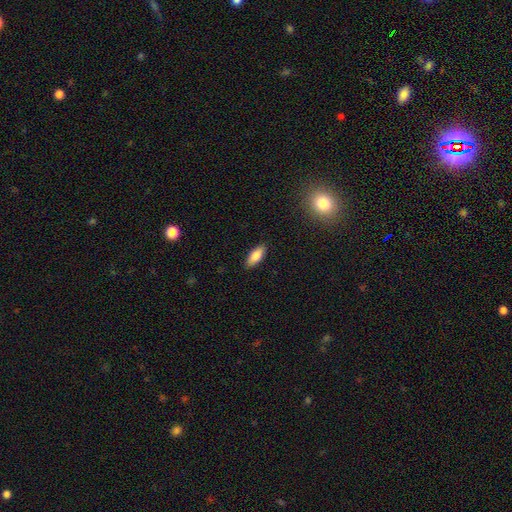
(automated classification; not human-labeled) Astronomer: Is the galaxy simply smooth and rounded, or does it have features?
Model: smooth — 81%.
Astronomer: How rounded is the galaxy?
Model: in between — 78%.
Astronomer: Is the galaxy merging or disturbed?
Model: none — 88%.